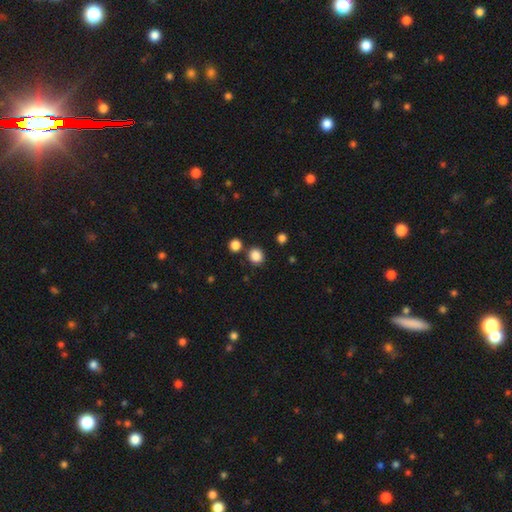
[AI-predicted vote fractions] smooth 86%, star or artifact 11%, featured or disk 3%. Down the decision tree: how rounded — round (83%); merging — none (82%).